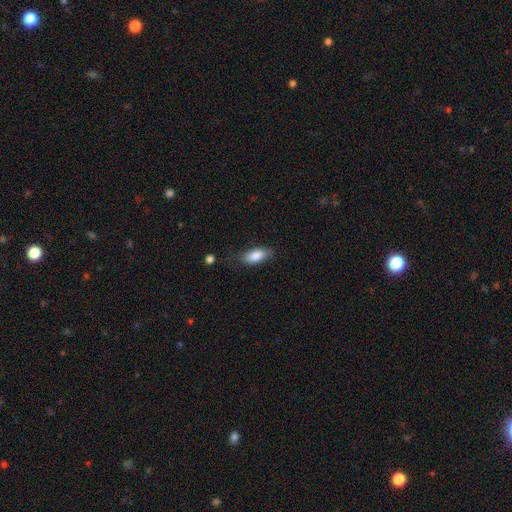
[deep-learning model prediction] Morphology: type=smooth (85%); roundness=in between (86%); merging=none (72%).